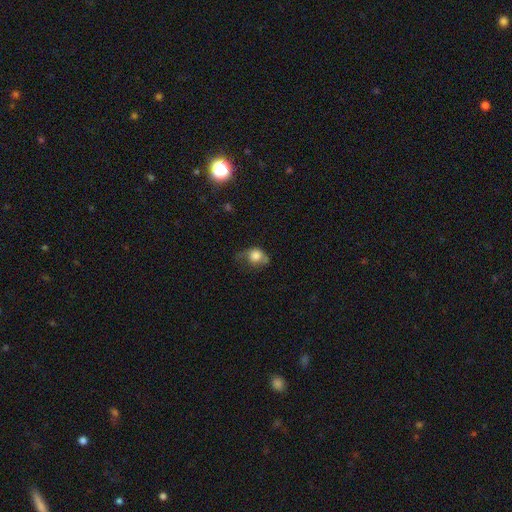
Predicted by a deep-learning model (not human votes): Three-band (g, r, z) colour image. It shows a smooth galaxy with no disk features (74%) that is round (64%). Merging: minor disturbance (34%).